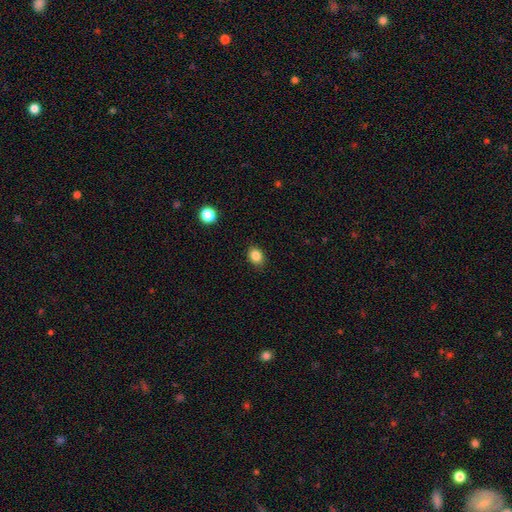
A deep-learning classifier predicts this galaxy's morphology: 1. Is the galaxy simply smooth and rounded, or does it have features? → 85% smooth, 10% star or artifact, 5% featured or disk.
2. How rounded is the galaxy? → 63% in between, 36% round, 1% cigar-shaped.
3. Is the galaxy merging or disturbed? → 88% none, 9% minor disturbance, 2% major disturbance, 1% merger.